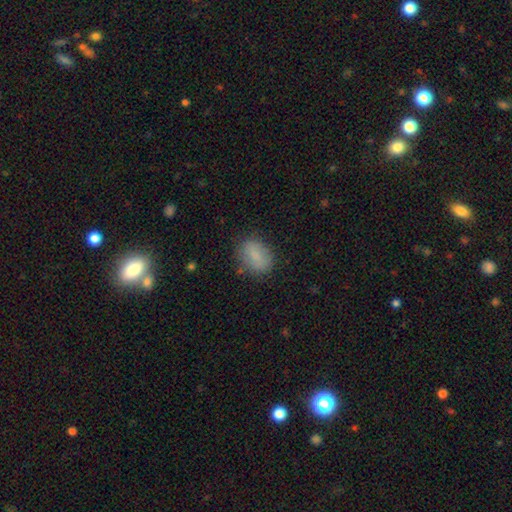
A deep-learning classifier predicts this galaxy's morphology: smooth-or-featured: smooth: 82% | featured or disk: 10% | star or artifact: 8%
  how-rounded: in between: 76% | round: 21% | cigar-shaped: 3%
  merging: none: 78% | minor disturbance: 16% | major disturbance: 5% | merger: 2%